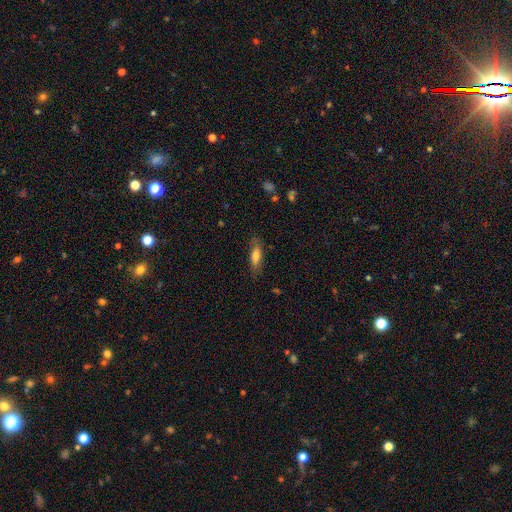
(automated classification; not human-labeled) Smooth or featured?
  - smooth: 70% *
  - featured or disk: 23%
  - star or artifact: 7%
How rounded?
  - in between: 55% *
  - cigar-shaped: 43%
  - round: 2%
Merging?
  - none: 79% *
  - minor disturbance: 16%
  - major disturbance: 4%
  - merger: 1%